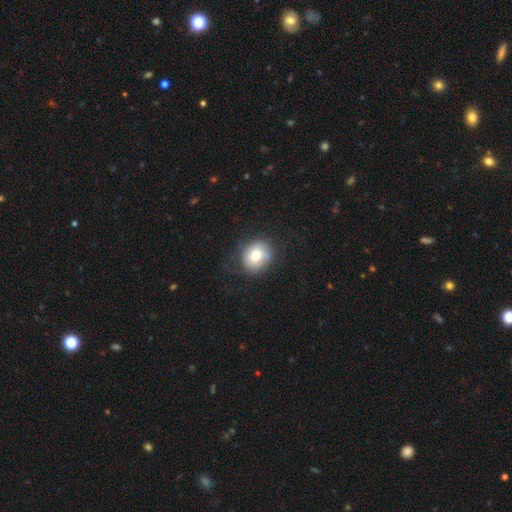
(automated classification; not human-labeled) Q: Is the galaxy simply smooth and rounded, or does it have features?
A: smooth — 77%.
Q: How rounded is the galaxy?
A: round — 57%.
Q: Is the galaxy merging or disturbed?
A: none — 70%.